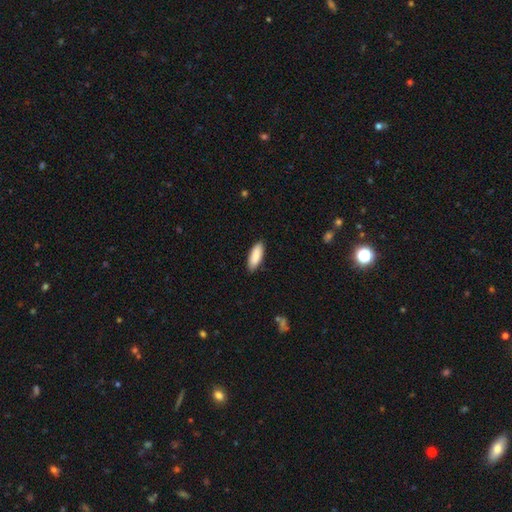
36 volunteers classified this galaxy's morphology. Smooth or featured? smooth (92%)
How rounded? in between (61%)
Merging? none (86%)